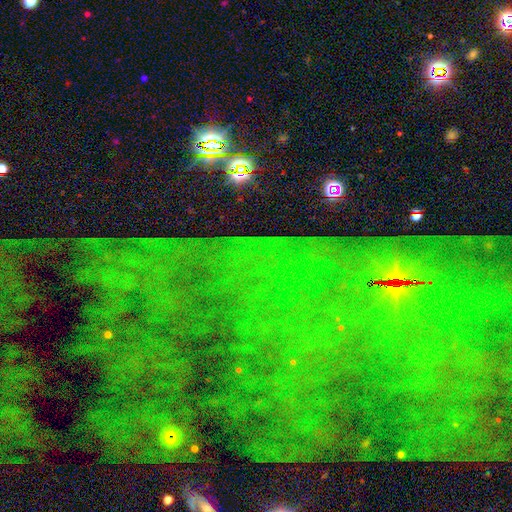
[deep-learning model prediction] Smooth or featured? star or artifact (79%)